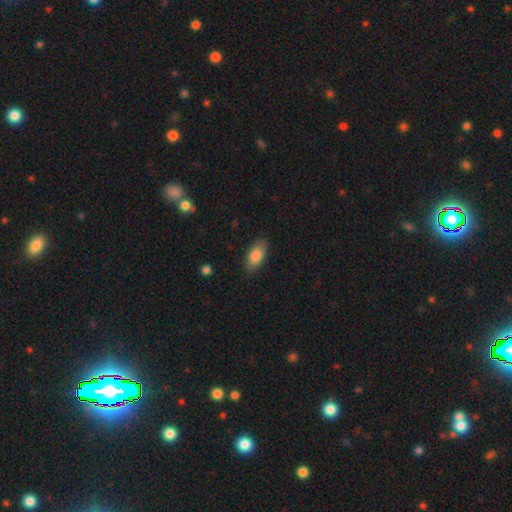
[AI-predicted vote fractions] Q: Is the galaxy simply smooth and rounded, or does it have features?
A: smooth — 85%.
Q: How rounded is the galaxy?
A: in between — 92%.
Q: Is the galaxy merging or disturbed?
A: none — 84%.